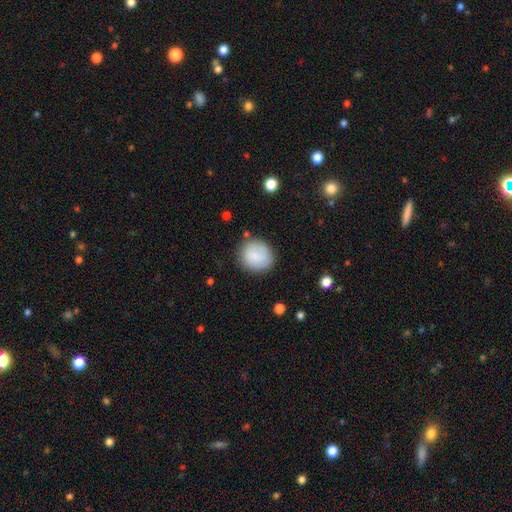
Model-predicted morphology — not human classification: type=smooth (82%); roundness=round (80%); merging=none (77%).